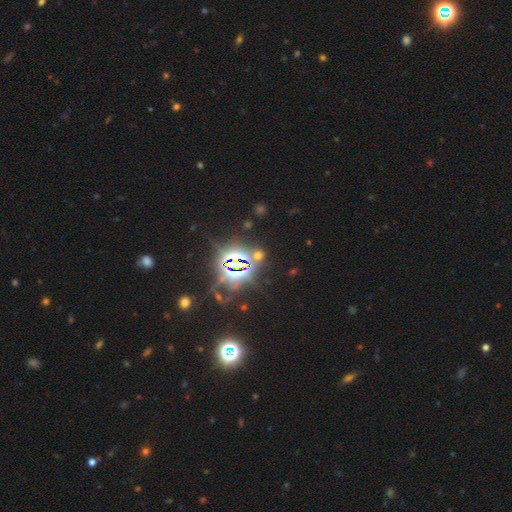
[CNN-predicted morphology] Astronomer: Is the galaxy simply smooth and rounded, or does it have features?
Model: star or artifact — 82%.